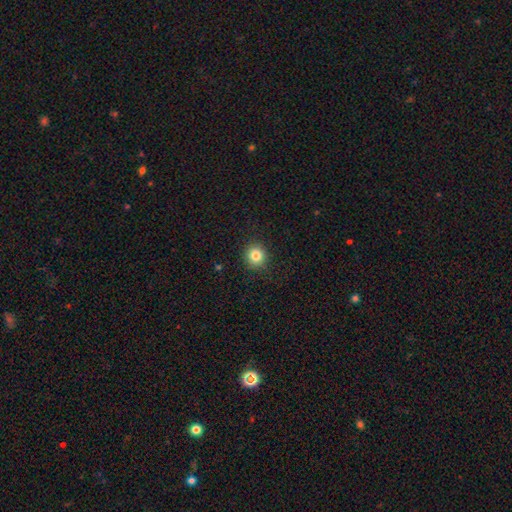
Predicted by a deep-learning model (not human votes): A smooth galaxy with no disk features (82%) that is round (91%). Merging: none (91%).